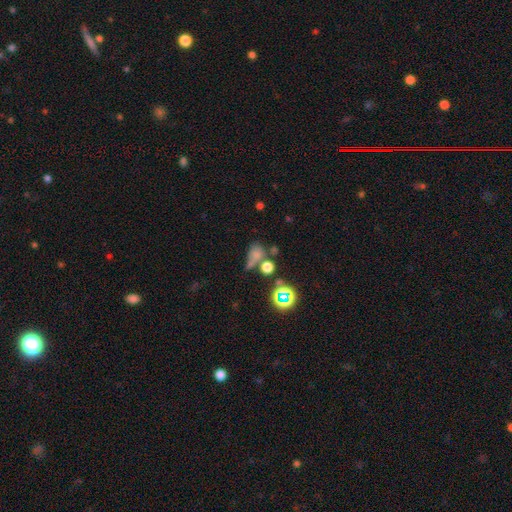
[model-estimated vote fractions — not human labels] smooth-or-featured: smooth: 62% | star or artifact: 24% | featured or disk: 13%
  how-rounded: round: 50% | in between: 45% | cigar-shaped: 4%
  merging: none: 39% | merger: 33% | minor disturbance: 16% | major disturbance: 13%